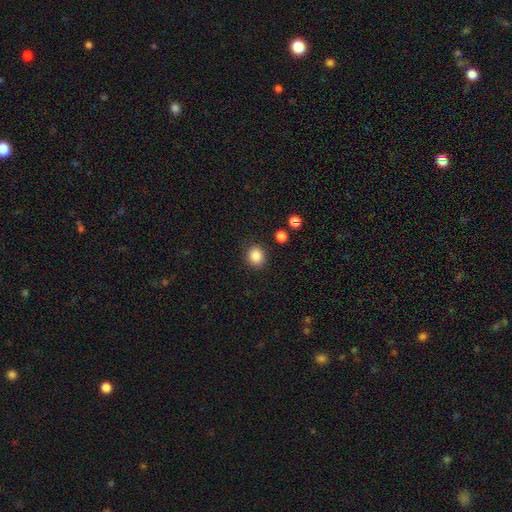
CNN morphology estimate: The model was most divided on "how rounded": round: 76%, in between: 23%, cigar-shaped: 1%. More confident: merging — none (88%); smooth or featured — smooth (86%).